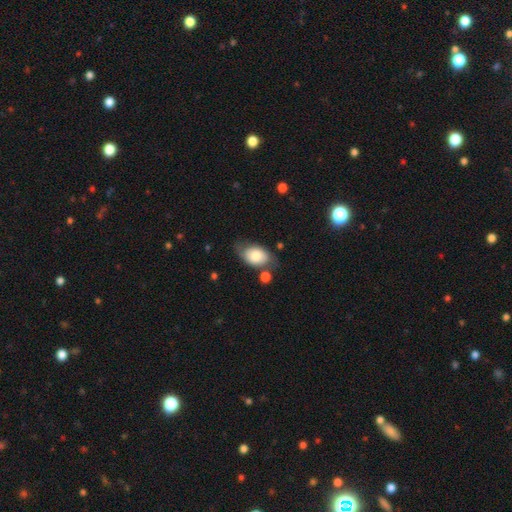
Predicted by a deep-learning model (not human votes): Smooth or featured? smooth (68%)
How rounded? in between (85%)
Merging? none (55%)